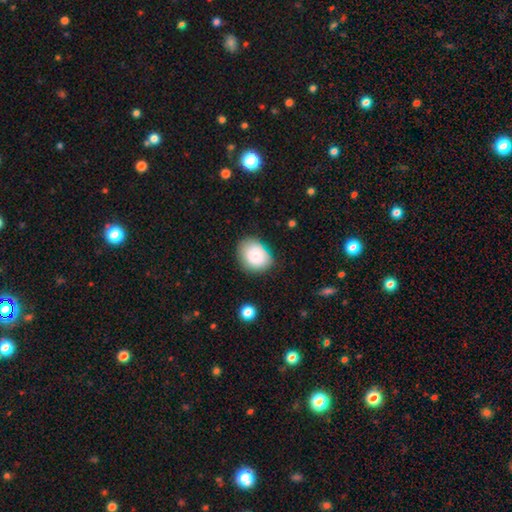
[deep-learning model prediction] Overall: smooth (80%). How rounded: in between (62%; round 38%). Merging: none (72%).